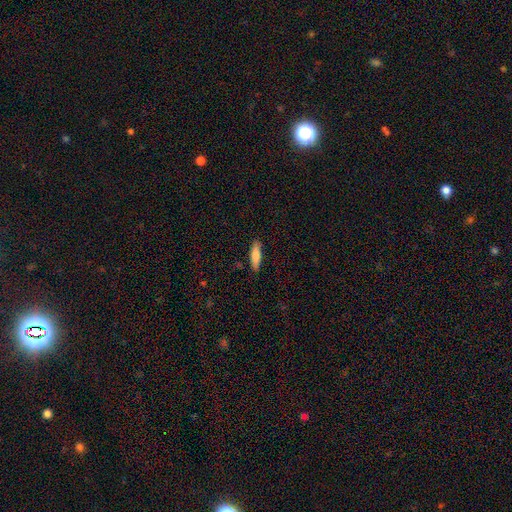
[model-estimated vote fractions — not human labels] The model was most divided on "how rounded": cigar-shaped: 63%, in between: 35%, round: 2%. More confident: merging — none (86%); smooth or featured — smooth (76%).